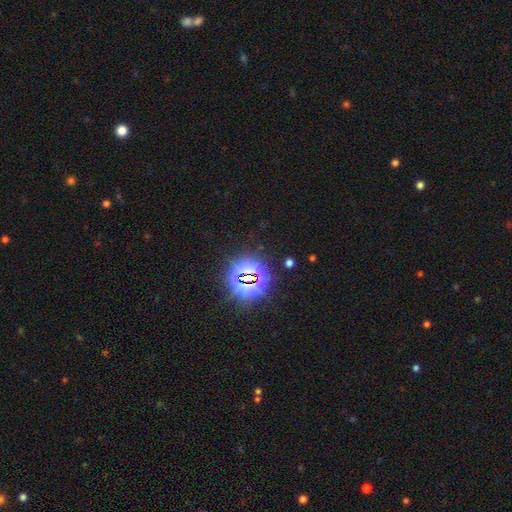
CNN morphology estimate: Smooth or featured? Predicted: star or artifact (p=0.82).